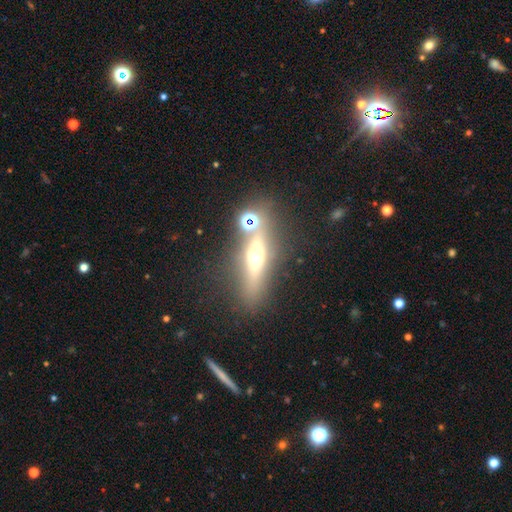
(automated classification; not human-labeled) smooth-or-featured: featured or disk: 54% | smooth: 29% | star or artifact: 17%
  disk-edge-on: yes: 85% | no: 15%
  merging: none: 77% | minor disturbance: 10% | merger: 9% | major disturbance: 5%